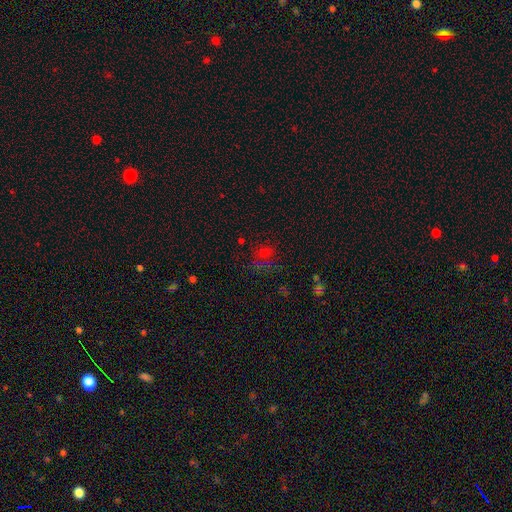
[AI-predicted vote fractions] Smooth or featured: smooth — 46% (star or artifact — 42%)
Merging: none — 59% (minor disturbance — 17%)